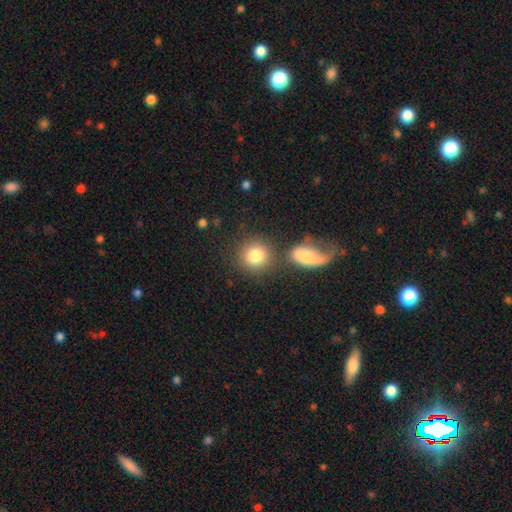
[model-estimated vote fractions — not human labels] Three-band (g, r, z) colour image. It shows a smooth galaxy with no disk features (83%) that is round (83%). Merging: none (66%).